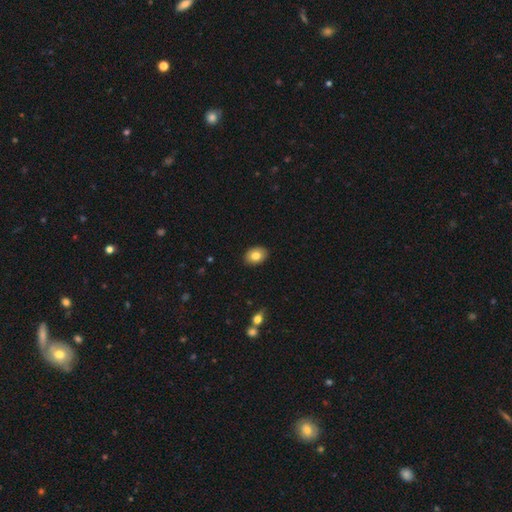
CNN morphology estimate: Smooth or featured? smooth (82%)
How rounded? in between (72%)
Merging? none (90%)